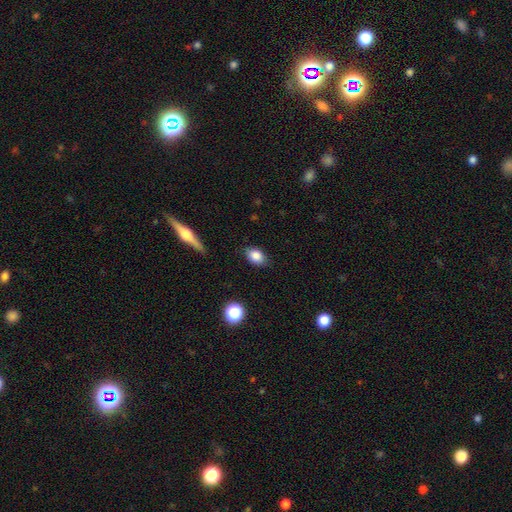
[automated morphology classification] type=smooth (84%); roundness=in between (73%); merging=none (81%).